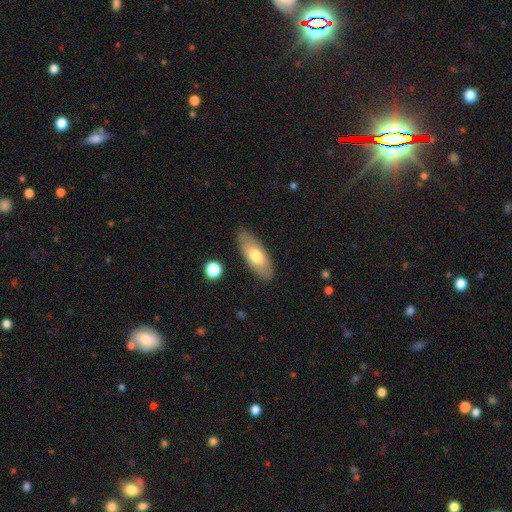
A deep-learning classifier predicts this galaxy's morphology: A smooth galaxy with no disk features (67%) that is in between round and cigar-shaped (77%). Merging: none (84%).